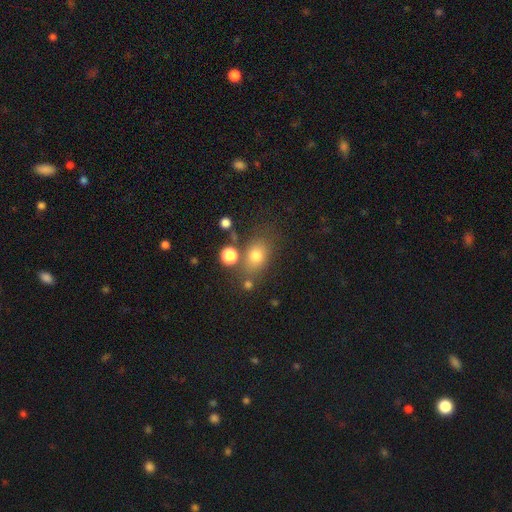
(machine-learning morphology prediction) This is likely a smooth galaxy (74%). How rounded: likely in between (61%). Merging: likely none (68%).